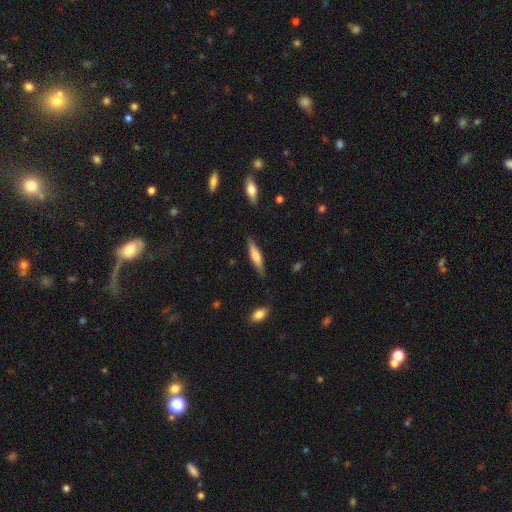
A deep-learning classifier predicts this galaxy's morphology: type=smooth (58%); roundness=cigar-shaped (81%); merging=none (85%).